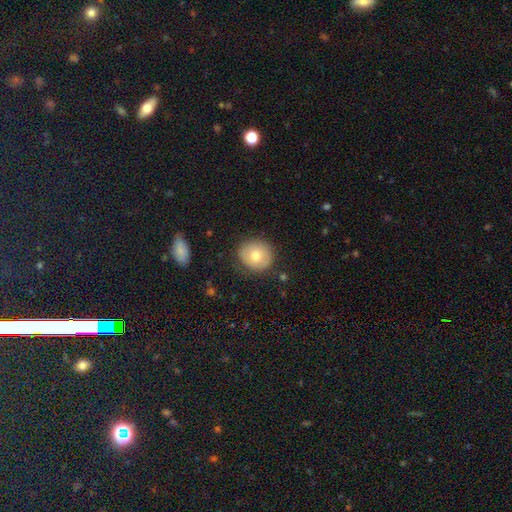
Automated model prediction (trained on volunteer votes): This is likely a smooth galaxy (70%). How rounded: clearly round (84%). Merging: clearly none (84%).